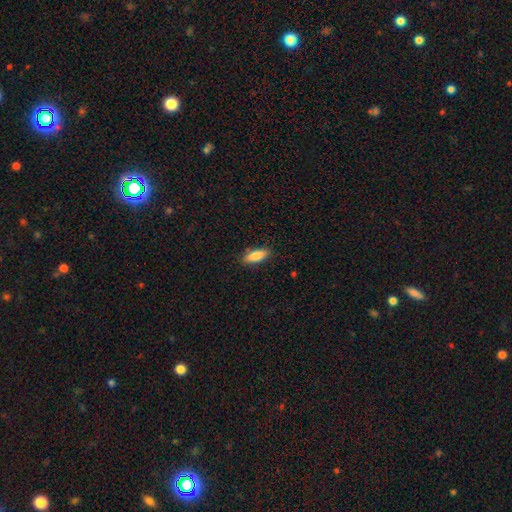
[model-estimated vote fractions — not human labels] smooth 83%, featured or disk 11%, star or artifact 6%. Down the decision tree: how rounded — in between (65%); merging — none (87%).